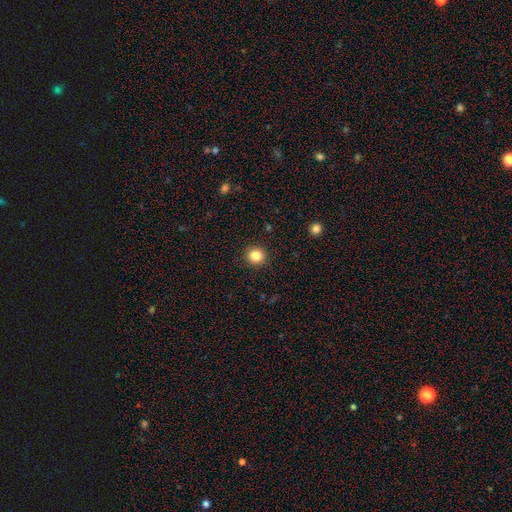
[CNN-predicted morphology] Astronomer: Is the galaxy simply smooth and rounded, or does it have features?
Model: smooth — 84%.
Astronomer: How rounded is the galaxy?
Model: round — 92%.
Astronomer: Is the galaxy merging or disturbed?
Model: none — 92%.